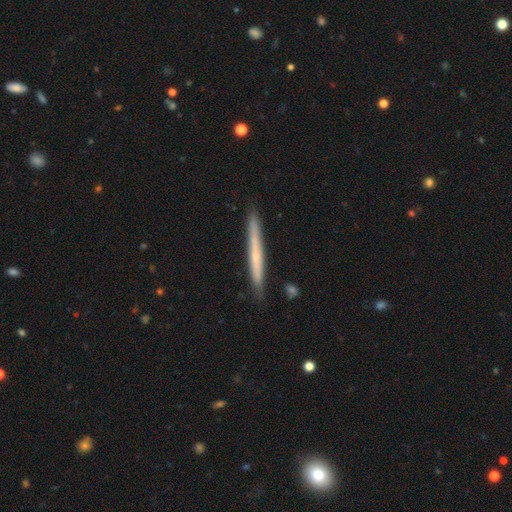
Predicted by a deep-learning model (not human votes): Overall: smooth (48%; featured or disk 46%). Merging: none (89%).